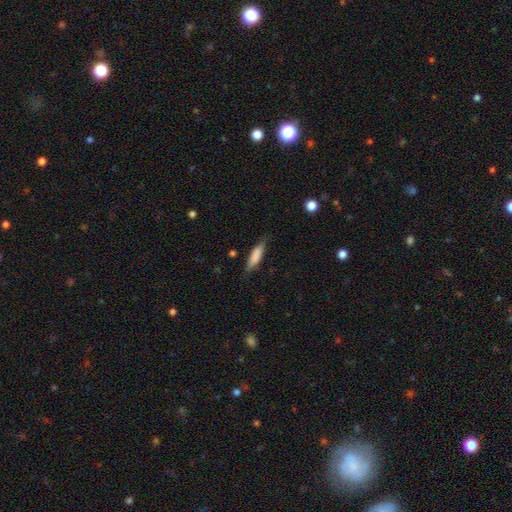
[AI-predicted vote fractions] Smooth or featured? Predicted: smooth (p=0.76). How rounded? Predicted: cigar-shaped (p=0.62). Merging? Predicted: none (p=0.76).